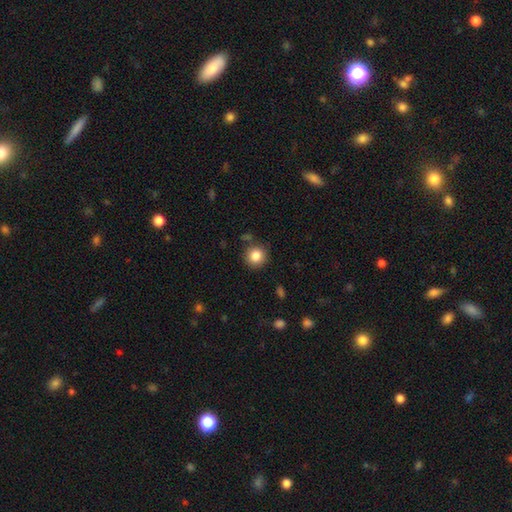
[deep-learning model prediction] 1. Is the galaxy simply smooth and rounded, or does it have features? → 84% smooth, 10% star or artifact, 6% featured or disk.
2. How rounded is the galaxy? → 93% round, 6% in between, 1% cigar-shaped.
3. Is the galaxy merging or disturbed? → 84% none, 10% minor disturbance, 4% merger, 3% major disturbance.